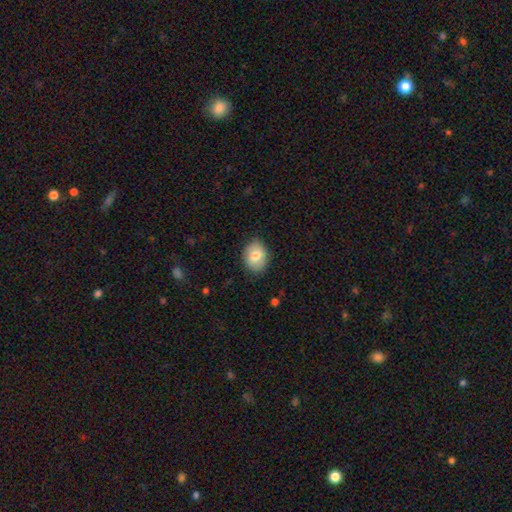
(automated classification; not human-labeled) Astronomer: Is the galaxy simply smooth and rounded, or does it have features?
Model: smooth — 79%.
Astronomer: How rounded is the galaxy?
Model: in between — 64%.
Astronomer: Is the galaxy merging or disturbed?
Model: none — 82%.